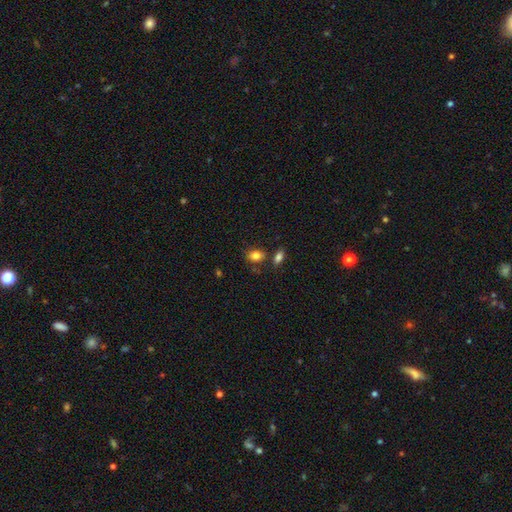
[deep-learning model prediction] Q: Smooth or featured?
A: smooth (83%); runner-up: star or artifact (10%)
Q: How rounded?
A: in between (70%); runner-up: round (28%)
Q: Merging?
A: none (69%); runner-up: minor disturbance (14%)